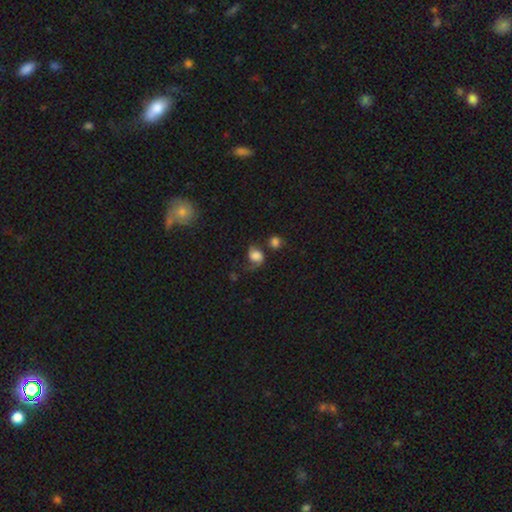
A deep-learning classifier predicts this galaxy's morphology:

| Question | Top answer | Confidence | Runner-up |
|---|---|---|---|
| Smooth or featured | smooth | 58% | featured or disk (30%) |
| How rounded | round | 56% | in between (43%) |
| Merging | none | 36% | major disturbance (29%) |